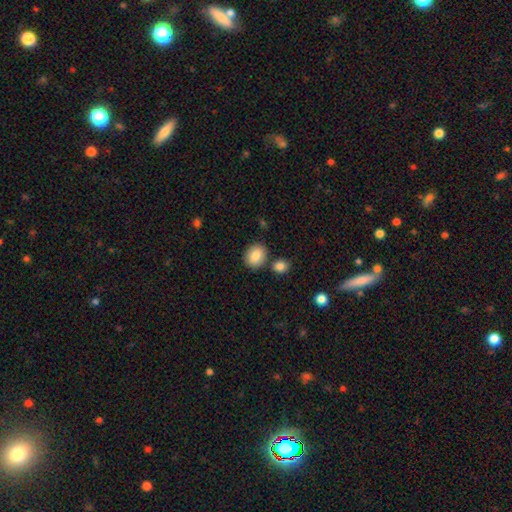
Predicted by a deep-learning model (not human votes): smooth 86%, star or artifact 7%, featured or disk 6%. Down the decision tree: how rounded — round (54%); merging — none (78%).